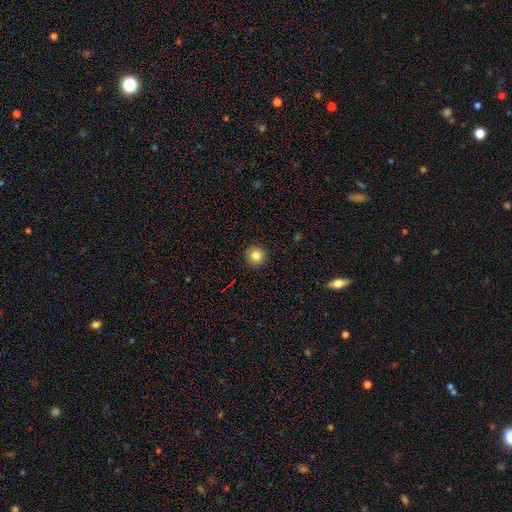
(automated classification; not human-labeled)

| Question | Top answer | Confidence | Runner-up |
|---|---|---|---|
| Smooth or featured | smooth | 83% | star or artifact (11%) |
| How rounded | round | 96% | in between (4%) |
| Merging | none | 93% | minor disturbance (4%) |